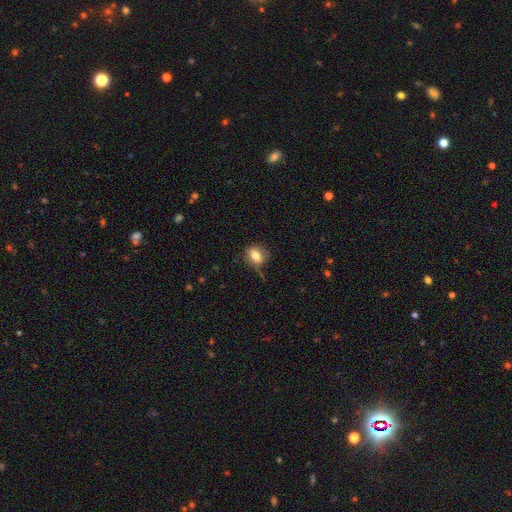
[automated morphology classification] Smooth or featured? Predicted: smooth (p=0.74). How rounded? Predicted: round (p=0.49, tied with in between). Merging? Predicted: none (p=0.61).